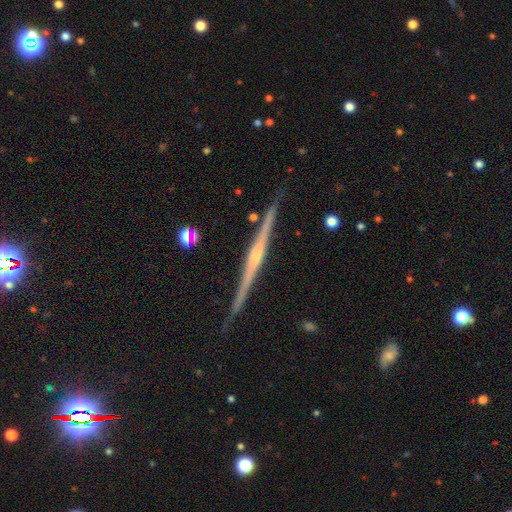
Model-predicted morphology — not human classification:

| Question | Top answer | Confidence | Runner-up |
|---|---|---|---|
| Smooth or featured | featured or disk | 85% | smooth (9%) |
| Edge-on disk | yes | 98% | no (2%) |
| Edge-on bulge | rounded | 67% | none (21%) |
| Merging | none | 88% | minor disturbance (9%) |